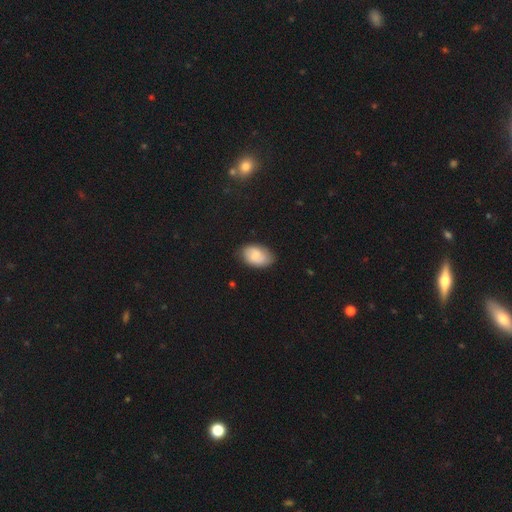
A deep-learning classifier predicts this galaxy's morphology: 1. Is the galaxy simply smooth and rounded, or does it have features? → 71% smooth, 21% featured or disk, 8% star or artifact.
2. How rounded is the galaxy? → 90% in between, 9% round, 1% cigar-shaped.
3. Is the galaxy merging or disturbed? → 72% none, 23% minor disturbance, 4% major disturbance, 1% merger.